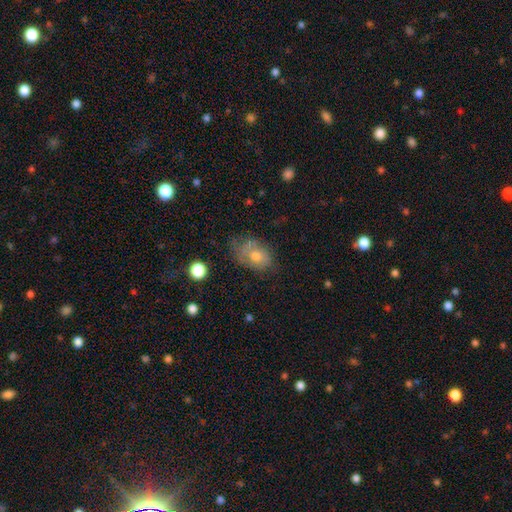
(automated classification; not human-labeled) Smooth or featured? Predicted: smooth (p=0.60). How rounded? Predicted: in between (p=0.74). Merging? Predicted: none (p=0.44).